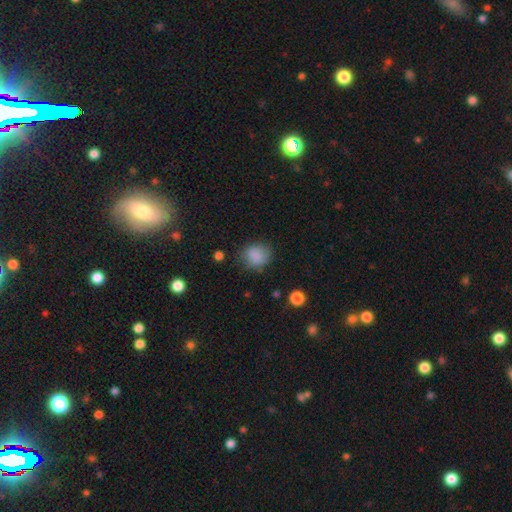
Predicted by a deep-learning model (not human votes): smooth_or_featured: smooth (p=0.82) [alt: star or artifact p=0.11]
how_rounded: round (p=0.64) [alt: in between p=0.35]
merging: none (p=0.70) [alt: minor disturbance p=0.21]